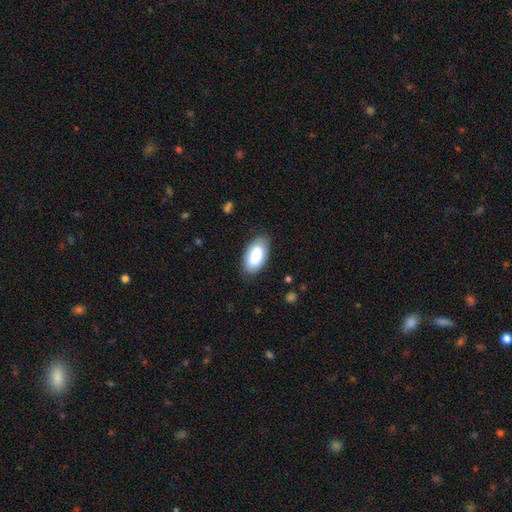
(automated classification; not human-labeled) Smooth or featured: smooth — 85% (featured or disk — 10%)
How rounded: in between — 95% (round — 3%)
Merging: none — 82% (minor disturbance — 14%)